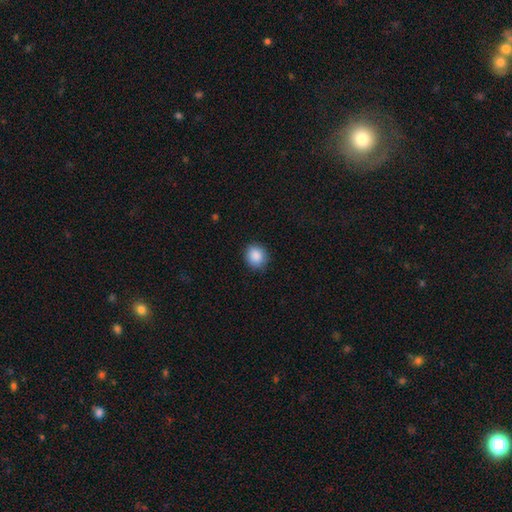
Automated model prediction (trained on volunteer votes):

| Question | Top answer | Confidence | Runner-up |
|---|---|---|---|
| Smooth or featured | smooth | 89% | star or artifact (8%) |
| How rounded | round | 80% | in between (19%) |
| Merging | none | 88% | minor disturbance (9%) |